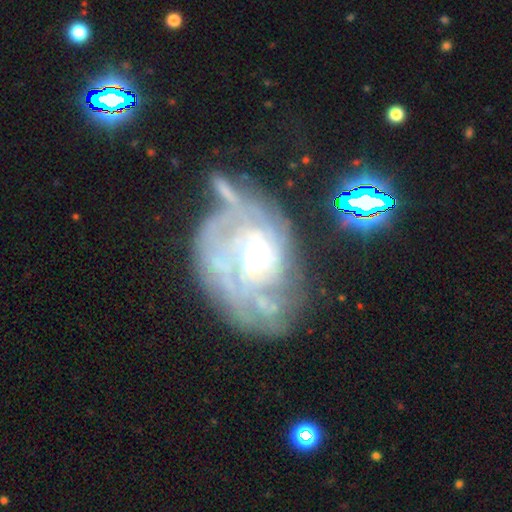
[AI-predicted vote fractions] featured or disk 74%, smooth 15%, star or artifact 11%. Down the decision tree: edge-on disk — no (97%); bar — no (72%); spiral arms — yes (69%); bulge size — small (51%); merging — none (37%).